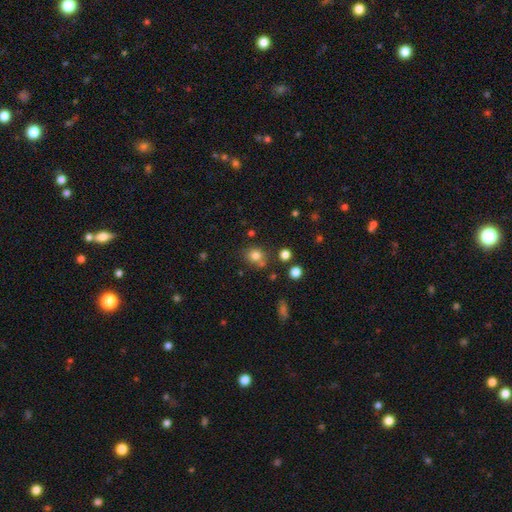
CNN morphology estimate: type=smooth (78%); roundness=round (75%); merging=none (70%).